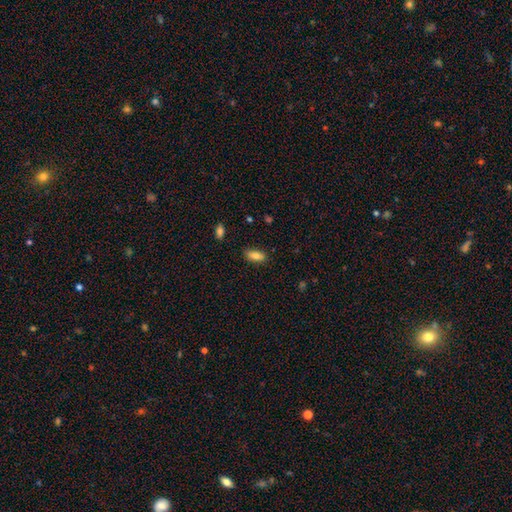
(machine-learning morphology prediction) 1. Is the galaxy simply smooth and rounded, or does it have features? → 82% smooth, 11% featured or disk, 8% star or artifact.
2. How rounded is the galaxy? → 83% in between, 14% cigar-shaped, 3% round.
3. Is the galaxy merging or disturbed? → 84% none, 12% minor disturbance, 2% major disturbance, 1% merger.